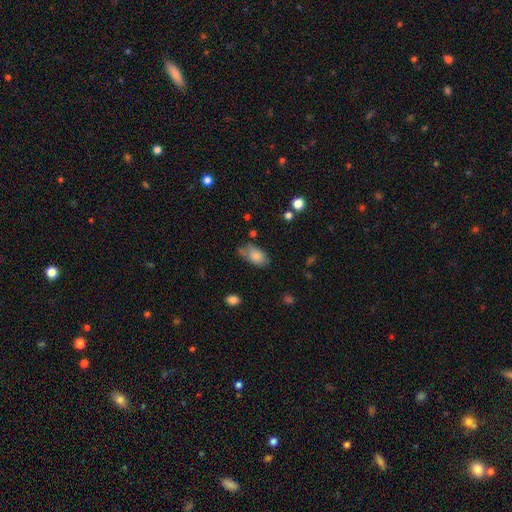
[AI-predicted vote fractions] Smooth or featured? smooth (81%)
How rounded? in between (92%)
Merging? none (55%)